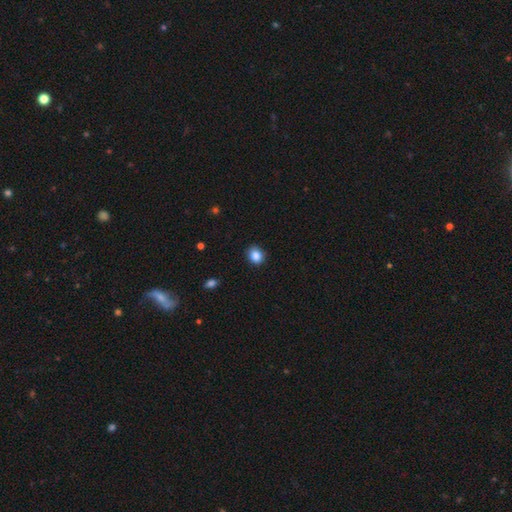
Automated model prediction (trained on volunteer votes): Morphology: type=smooth (86%); roundness=round (61%); merging=none (87%).